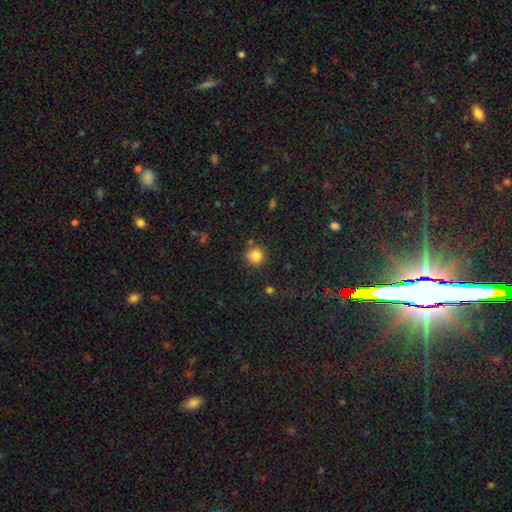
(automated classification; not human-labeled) Smooth or featured?
  - smooth: 84% *
  - star or artifact: 11%
  - featured or disk: 5%
How rounded?
  - round: 92% *
  - in between: 7%
  - cigar-shaped: 1%
Merging?
  - none: 79% *
  - minor disturbance: 12%
  - merger: 5%
  - major disturbance: 4%